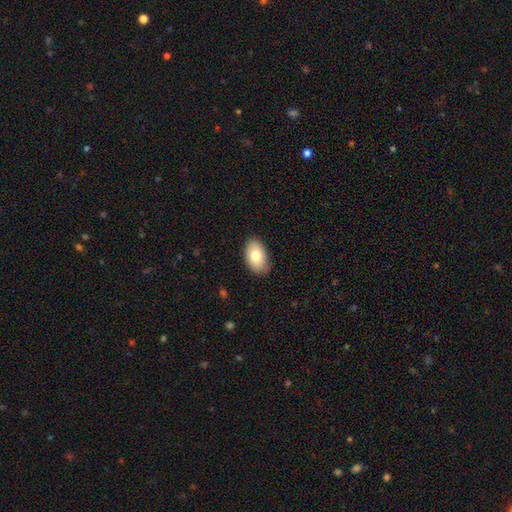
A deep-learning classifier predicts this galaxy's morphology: The model was most divided on "smooth or featured": smooth: 78%, featured or disk: 15%, star or artifact: 7%. More confident: how rounded — in between (92%); merging — none (85%).